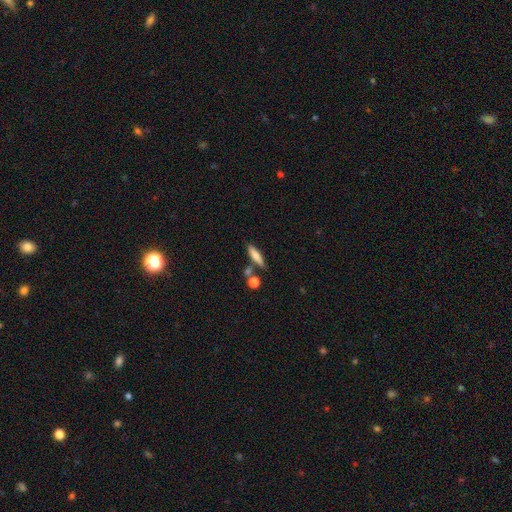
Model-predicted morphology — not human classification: Smooth or featured? smooth (68%)
How rounded? cigar-shaped (68%)
Merging? none (69%)